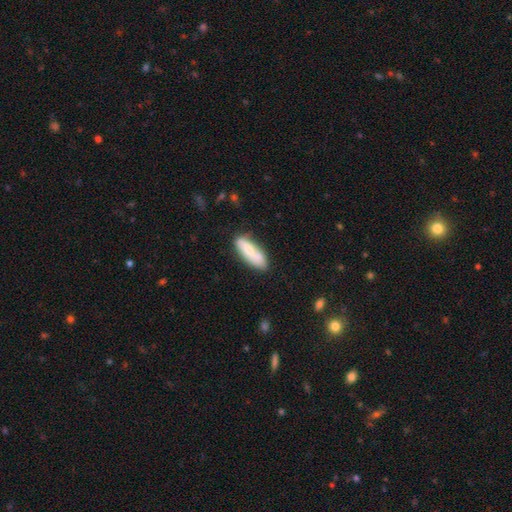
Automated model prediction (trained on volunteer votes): Smooth or featured? smooth (68%)
How rounded? in between (61%)
Merging? none (69%)